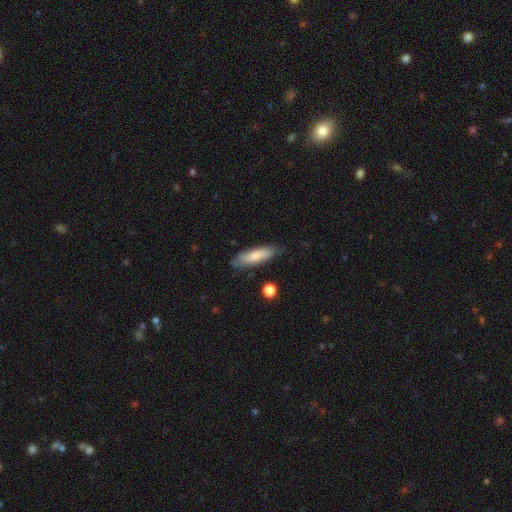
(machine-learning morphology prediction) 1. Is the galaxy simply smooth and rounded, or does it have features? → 72% smooth, 22% featured or disk, 6% star or artifact.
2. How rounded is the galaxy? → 56% cigar-shaped, 43% in between, 2% round.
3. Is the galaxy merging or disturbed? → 75% none, 19% minor disturbance, 4% major disturbance, 2% merger.